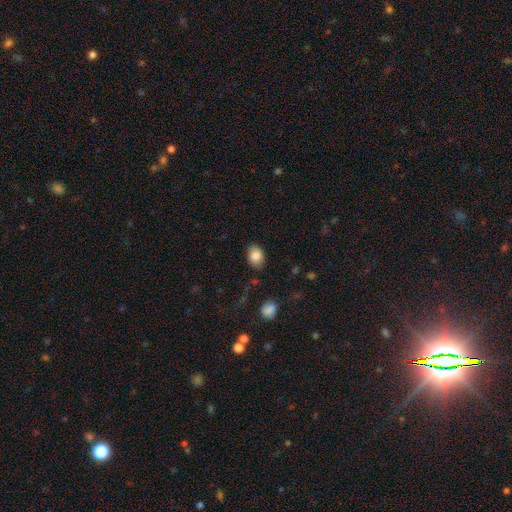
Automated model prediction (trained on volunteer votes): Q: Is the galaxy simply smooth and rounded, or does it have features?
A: smooth — 85%.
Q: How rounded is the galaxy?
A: in between — 81%.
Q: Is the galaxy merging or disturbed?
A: none — 84%.